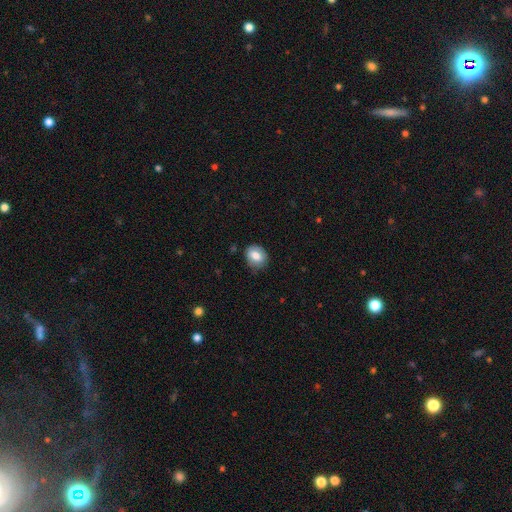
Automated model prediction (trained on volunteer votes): smooth 76%, featured or disk 16%, star or artifact 8%. Down the decision tree: how rounded — round (56%); merging — none (80%).